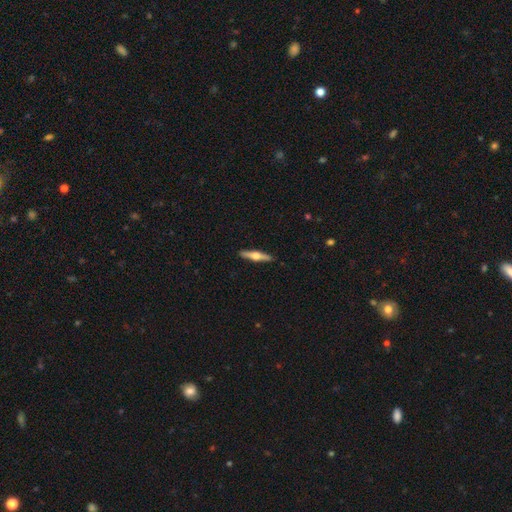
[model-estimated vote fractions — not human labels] featured or disk 65%, smooth 30%, star or artifact 5%. Down the decision tree: edge-on disk — yes (97%); edge-on bulge — rounded (94%); merging — none (92%).